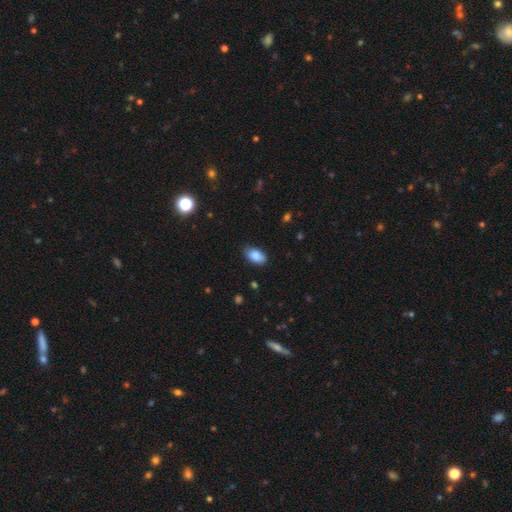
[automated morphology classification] A smooth galaxy with no disk features (87%) that is in between round and cigar-shaped (93%).

Vote fractions:
- Smooth or featured? smooth: 87% / star or artifact: 7% / featured or disk: 5%
- How rounded? in between: 93% / round: 4% / cigar-shaped: 2%
- Merging? none: 81% / minor disturbance: 15% / major disturbance: 3% / merger: 1%